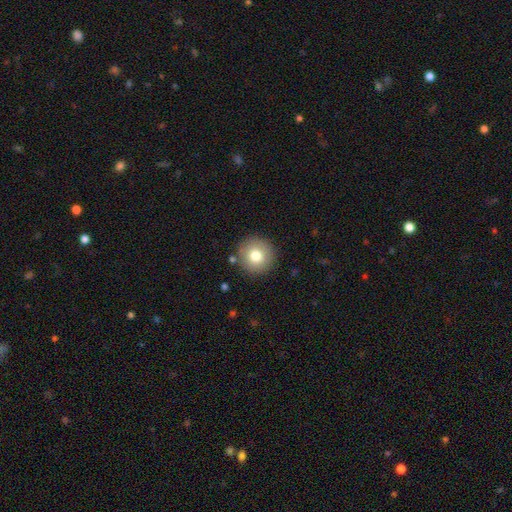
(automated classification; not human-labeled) Q: Smooth or featured?
A: smooth (77%); runner-up: featured or disk (13%)
Q: How rounded?
A: round (95%); runner-up: in between (4%)
Q: Merging?
A: none (88%); runner-up: minor disturbance (7%)